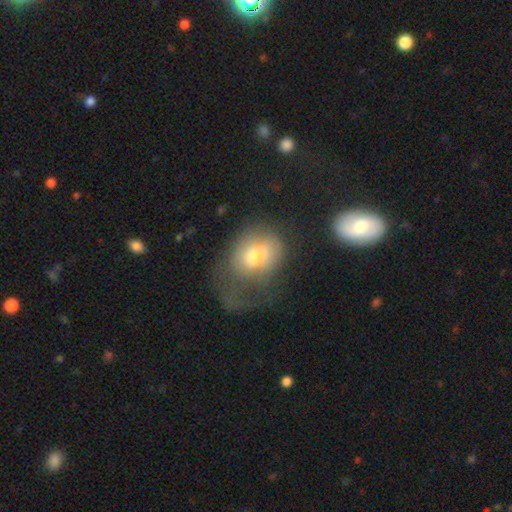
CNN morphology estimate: Smooth or featured? smooth (63%)
How rounded? in between (57%)
Merging? major disturbance (53%)